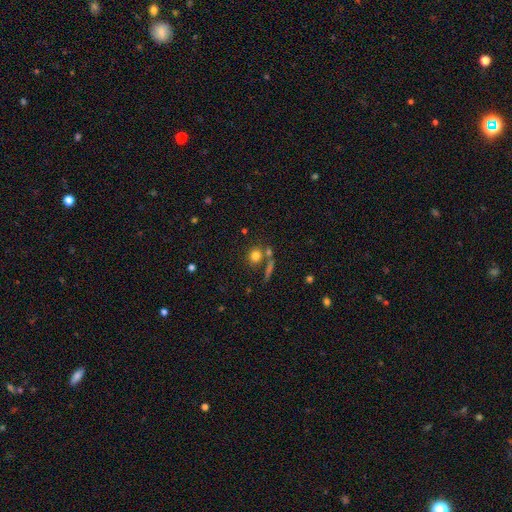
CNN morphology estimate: Smooth or featured?
  - smooth: 76% *
  - star or artifact: 13%
  - featured or disk: 11%
How rounded?
  - round: 81% *
  - in between: 16%
  - cigar-shaped: 2%
Merging?
  - none: 63% *
  - merger: 22%
  - minor disturbance: 10%
  - major disturbance: 5%